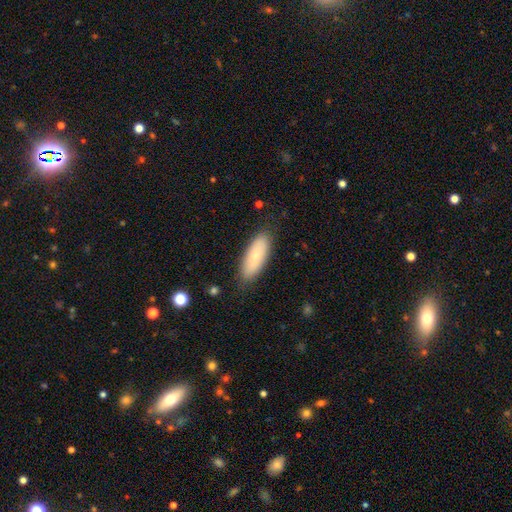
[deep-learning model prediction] smooth_or_featured: smooth (p=0.75) [alt: featured or disk p=0.19]
how_rounded: in between (p=0.71) [alt: cigar-shaped p=0.27]
merging: none (p=0.83) [alt: minor disturbance p=0.13]